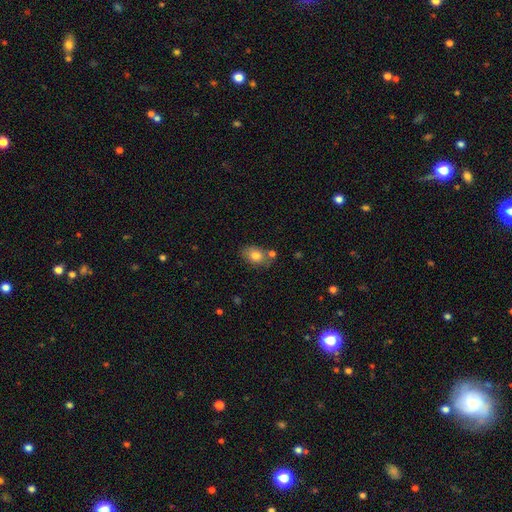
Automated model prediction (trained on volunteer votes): A smooth galaxy with no disk features (79%) that is in between round and cigar-shaped (77%).

Vote fractions:
- Smooth or featured? smooth: 79% / featured or disk: 12% / star or artifact: 9%
- How rounded? in between: 77% / round: 22% / cigar-shaped: 1%
- Merging? none: 66% / minor disturbance: 16% / merger: 14% / major disturbance: 4%